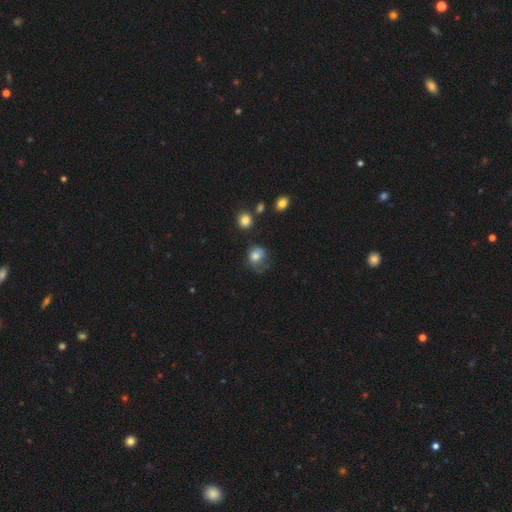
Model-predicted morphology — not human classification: Smooth or featured? Predicted: smooth (p=0.75). How rounded? Predicted: round (p=0.64). Merging? Predicted: none (p=0.37).